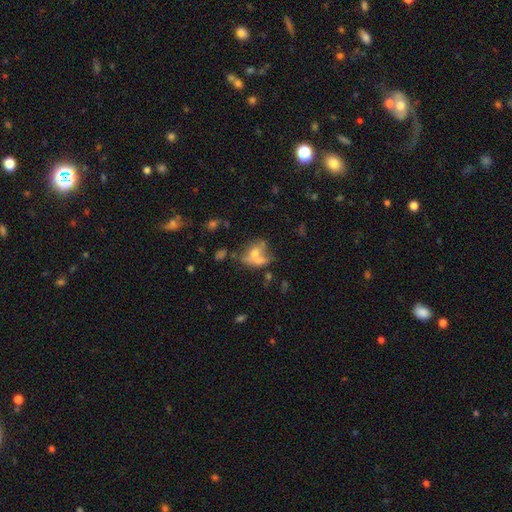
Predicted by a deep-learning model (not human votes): The model was most divided on "merging": merger: 48%, none: 28%, major disturbance: 12%, minor disturbance: 12%. More confident: how rounded — in between (65%); smooth or featured — smooth (54%).